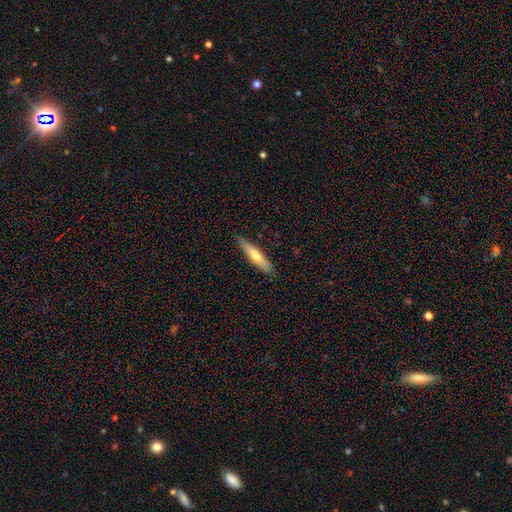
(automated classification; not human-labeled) This appears to be a smooth galaxy with no disk features (57%) that is cigar-shaped (83%). Merging: none (86%).